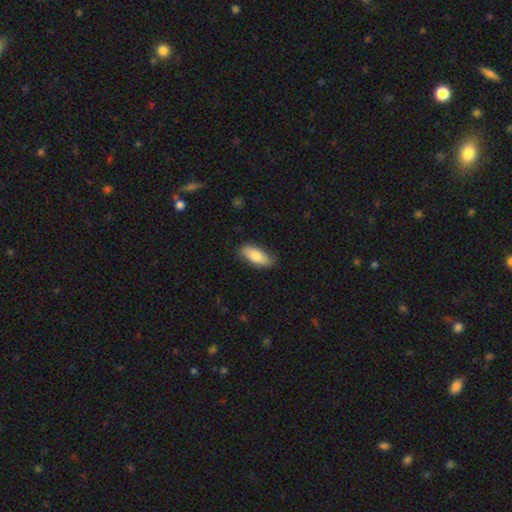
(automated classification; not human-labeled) Morphology: type=smooth (78%); roundness=in between (84%); merging=none (80%).